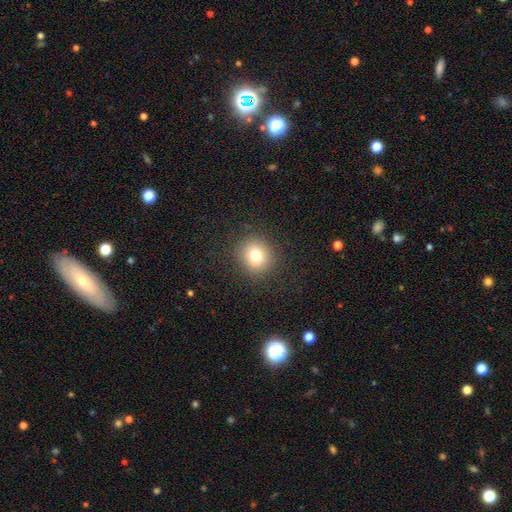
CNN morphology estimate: smooth_or_featured: smooth (p=0.76) [alt: star or artifact p=0.13]
how_rounded: round (p=0.87) [alt: in between p=0.12]
merging: none (p=0.89) [alt: minor disturbance p=0.07]